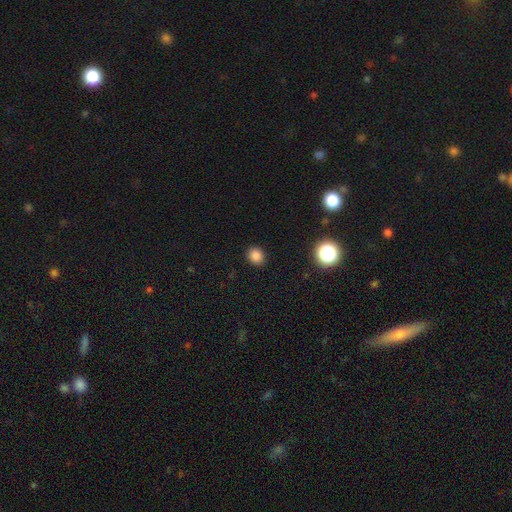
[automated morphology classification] Smooth or featured? smooth (83%)
How rounded? round (68%)
Merging? none (90%)